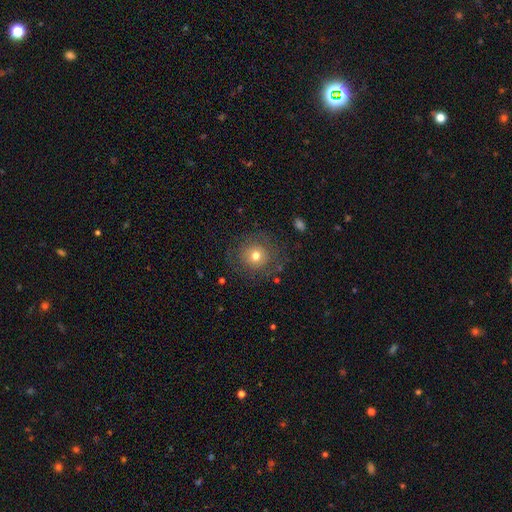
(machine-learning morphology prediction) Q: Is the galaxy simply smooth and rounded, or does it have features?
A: smooth — 70%.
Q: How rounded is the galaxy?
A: round — 91%.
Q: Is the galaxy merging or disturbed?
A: none — 81%.